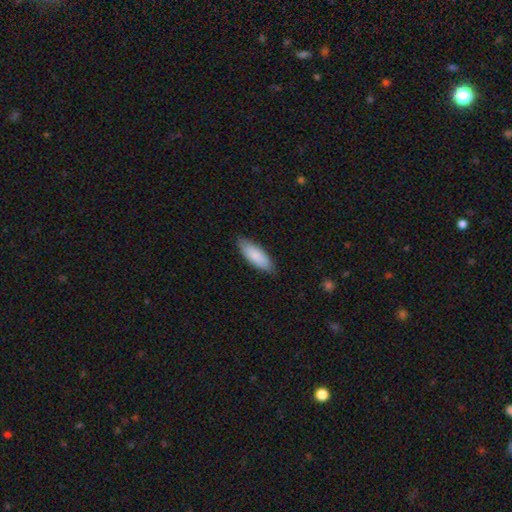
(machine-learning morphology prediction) smooth_or_featured: smooth (p=0.87) [alt: featured or disk p=0.08]
how_rounded: in between (p=0.69) [alt: cigar-shaped p=0.30]
merging: none (p=0.85) [alt: minor disturbance p=0.12]